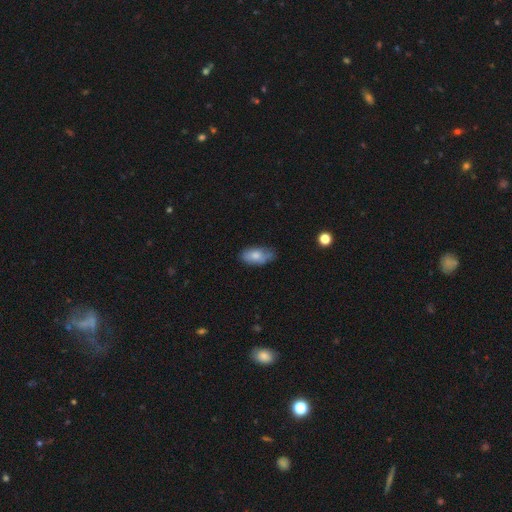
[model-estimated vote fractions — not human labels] Smooth or featured? smooth (75%)
How rounded? in between (91%)
Merging? none (60%)